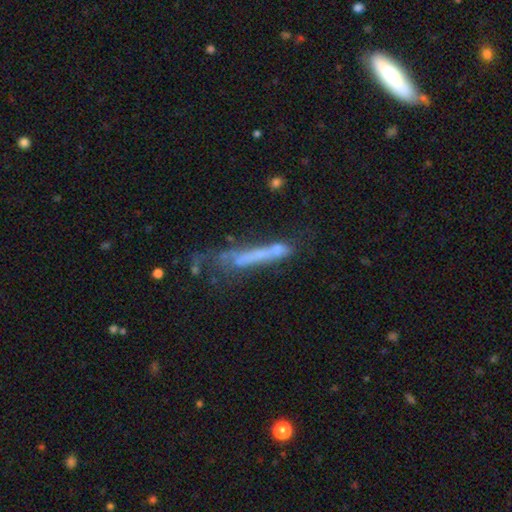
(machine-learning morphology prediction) Smooth or featured?
  - featured or disk: 45% *
  - smooth: 41%
  - star or artifact: 13%
Merging?
  - none: 39% *
  - major disturbance: 26%
  - minor disturbance: 23%
  - merger: 12%